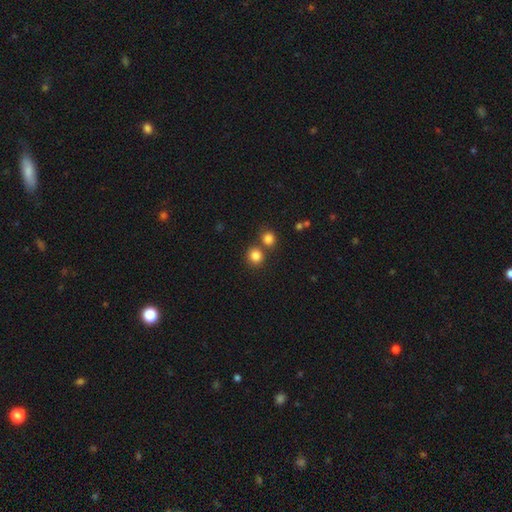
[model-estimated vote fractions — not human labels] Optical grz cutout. It shows a smooth galaxy with no disk features (82%) that is round (89%). Merging: none (68%).